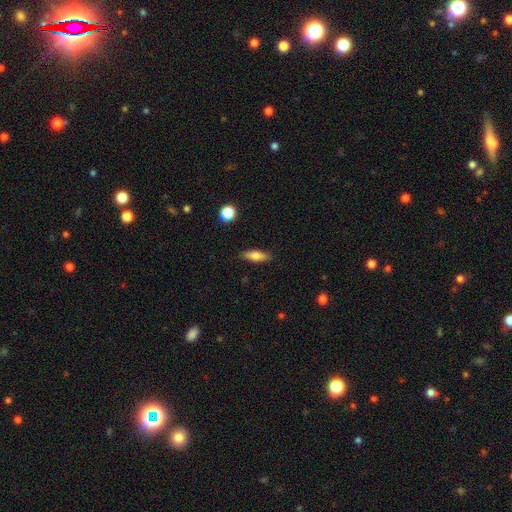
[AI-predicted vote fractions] Overall: smooth (72%). How rounded: cigar-shaped (50%; in between 47%). Merging: none (87%).